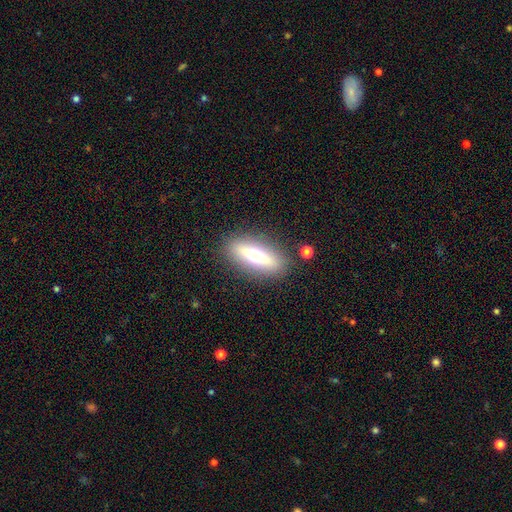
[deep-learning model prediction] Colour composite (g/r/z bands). It shows a smooth galaxy with no disk features (47%). Merging: none (87%).